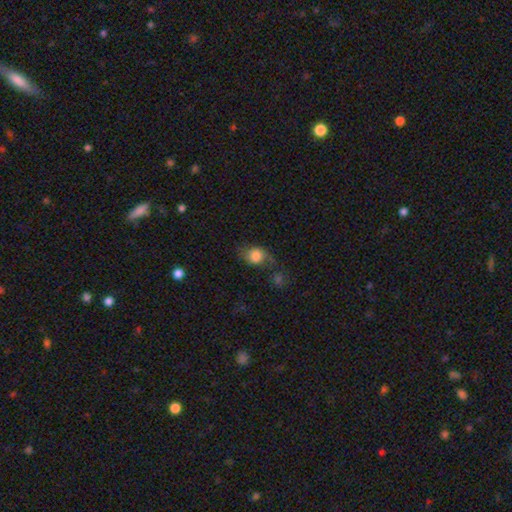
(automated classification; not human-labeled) Overall: smooth (76%). How rounded: in between (52%; round 47%). Merging: none (44%; minor disturbance 25%).